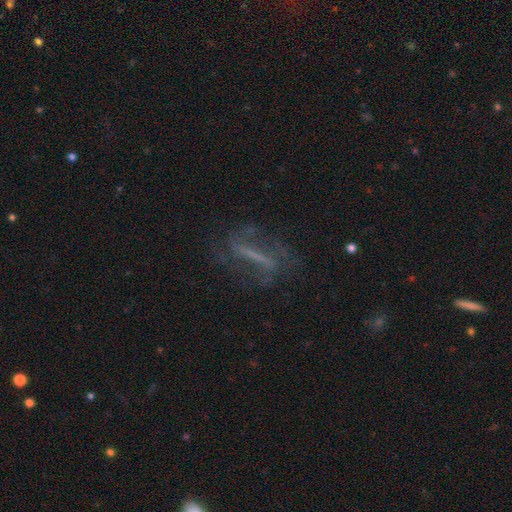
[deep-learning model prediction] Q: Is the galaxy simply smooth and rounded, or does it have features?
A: featured or disk — 65%.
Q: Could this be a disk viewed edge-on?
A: no — 72%.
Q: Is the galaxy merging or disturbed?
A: none — 63%.